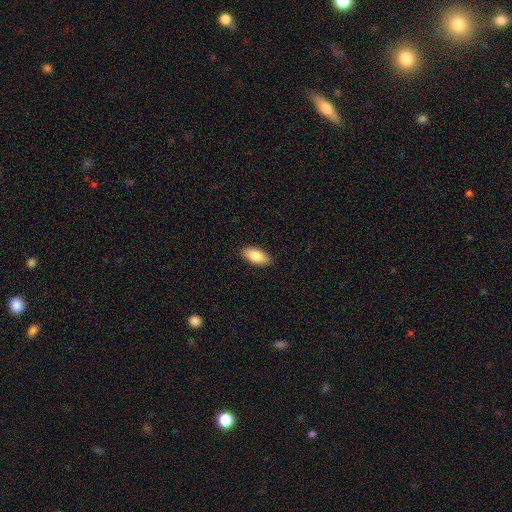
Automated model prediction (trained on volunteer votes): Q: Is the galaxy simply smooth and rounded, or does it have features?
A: smooth — 86%.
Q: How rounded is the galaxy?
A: in between — 89%.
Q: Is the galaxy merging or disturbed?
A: none — 89%.